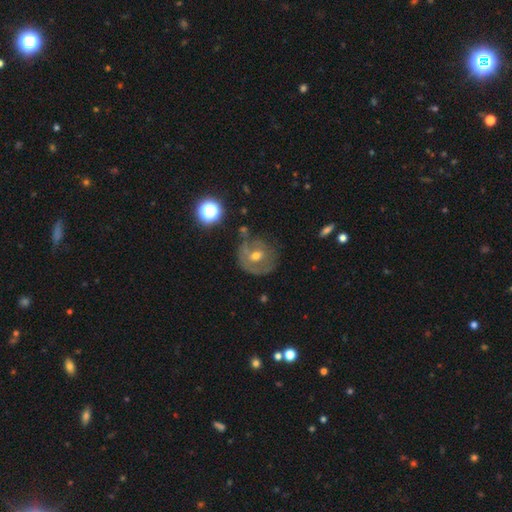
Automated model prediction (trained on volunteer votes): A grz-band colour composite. It shows a featured or disk galaxy (55%) with no bar (61%), no spiral arms (50%, tied with yes) and a moderate central bulge (67%). Merging: none (59%).